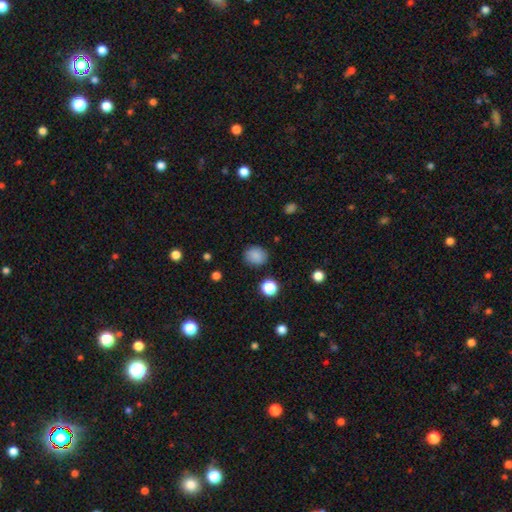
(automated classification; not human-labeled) Smooth or featured?
  - smooth: 85% *
  - star or artifact: 10%
  - featured or disk: 4%
How rounded?
  - round: 72% *
  - in between: 27%
  - cigar-shaped: 1%
Merging?
  - none: 85% *
  - minor disturbance: 10%
  - major disturbance: 3%
  - merger: 2%